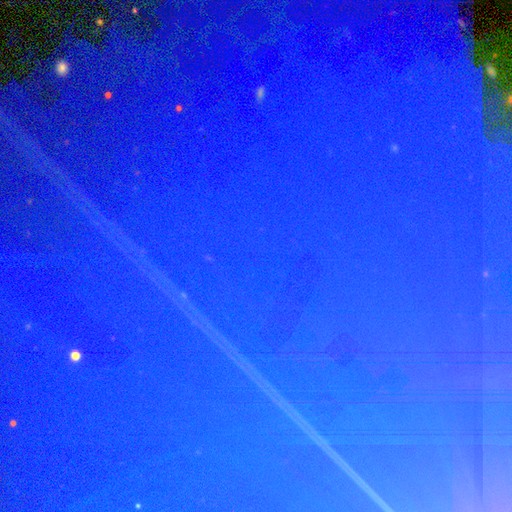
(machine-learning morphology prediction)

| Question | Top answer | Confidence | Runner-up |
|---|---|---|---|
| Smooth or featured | star or artifact | 86% | featured or disk (8%) |